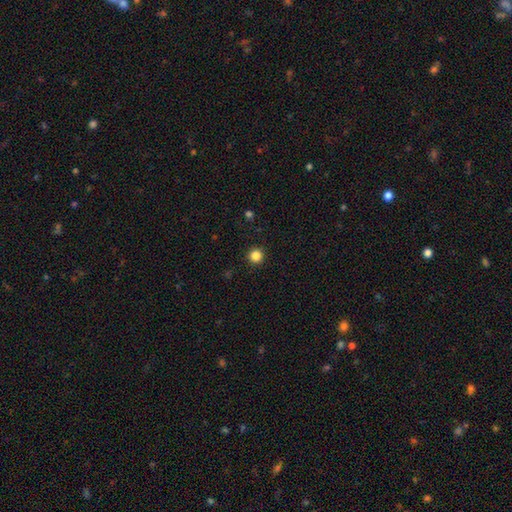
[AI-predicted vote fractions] Smooth or featured: smooth — 85% (star or artifact — 12%)
How rounded: round — 96% (in between — 3%)
Merging: none — 93% (minor disturbance — 4%)